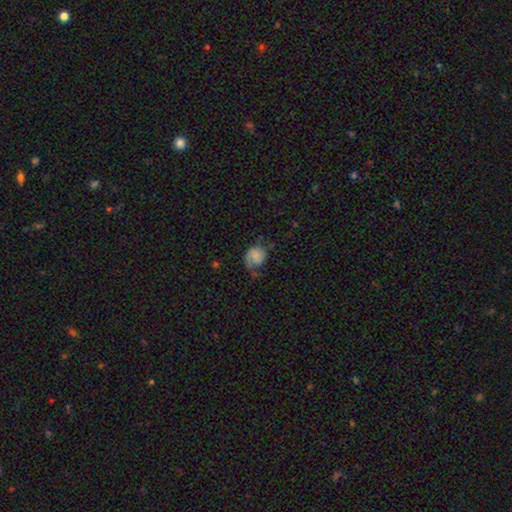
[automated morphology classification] This is possibly a smooth galaxy (52%). How rounded: likely round (62%). Merging: marginally none (40%).